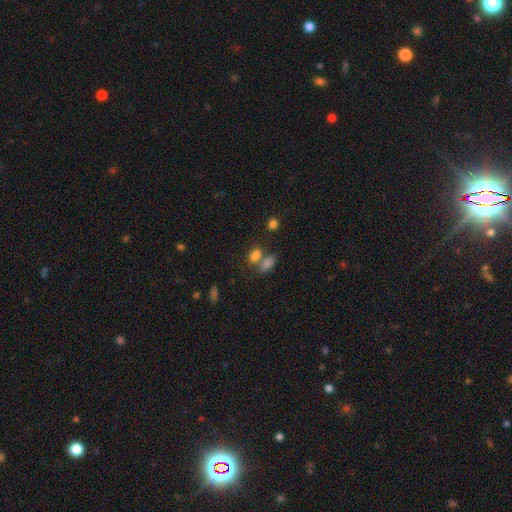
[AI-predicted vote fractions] Q: Smooth or featured?
A: smooth (79%); runner-up: star or artifact (13%)
Q: How rounded?
A: in between (79%); runner-up: round (18%)
Q: Merging?
A: merger (46%); runner-up: none (38%)